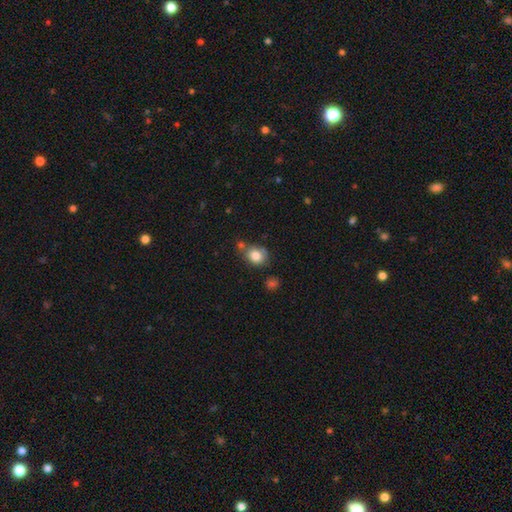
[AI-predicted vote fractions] Smooth or featured?
  - smooth: 82% *
  - star or artifact: 10%
  - featured or disk: 8%
How rounded?
  - round: 64% *
  - in between: 35%
  - cigar-shaped: 1%
Merging?
  - none: 60% *
  - minor disturbance: 19%
  - merger: 16%
  - major disturbance: 5%